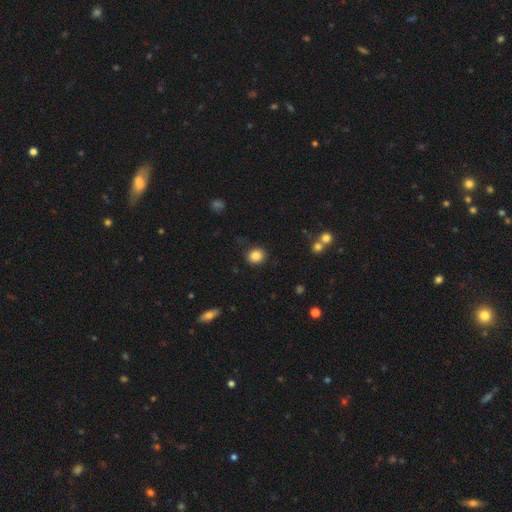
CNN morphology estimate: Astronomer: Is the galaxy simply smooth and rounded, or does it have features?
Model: smooth — 85%.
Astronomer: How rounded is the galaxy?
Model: round — 77%.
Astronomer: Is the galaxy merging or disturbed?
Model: none — 88%.